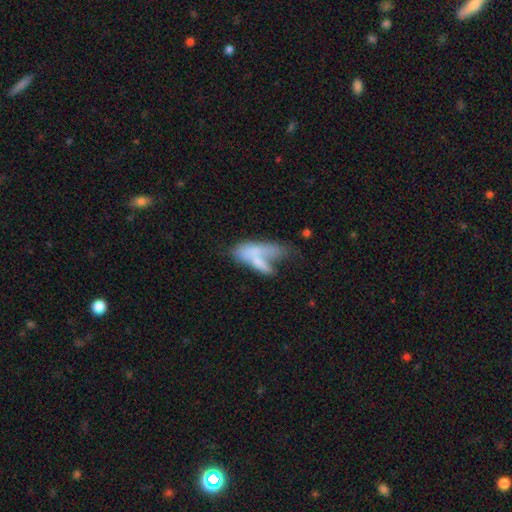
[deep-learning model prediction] The model was most divided on "how rounded": in between: 59%, cigar-shaped: 37%, round: 4%. Remaining: smooth or featured — smooth (63%); merging — merger (48%).